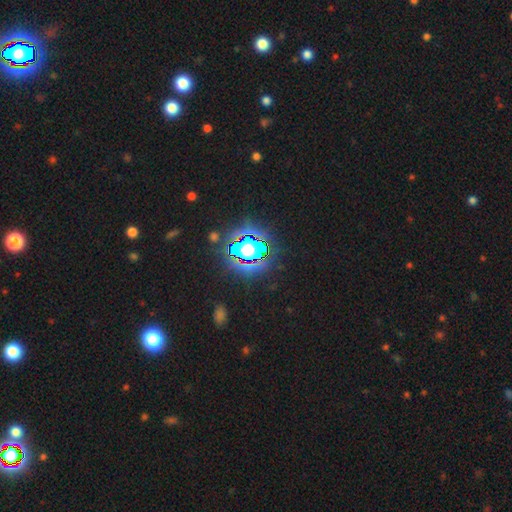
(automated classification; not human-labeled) This is clearly a star or artifact rather than a galaxy (82%).